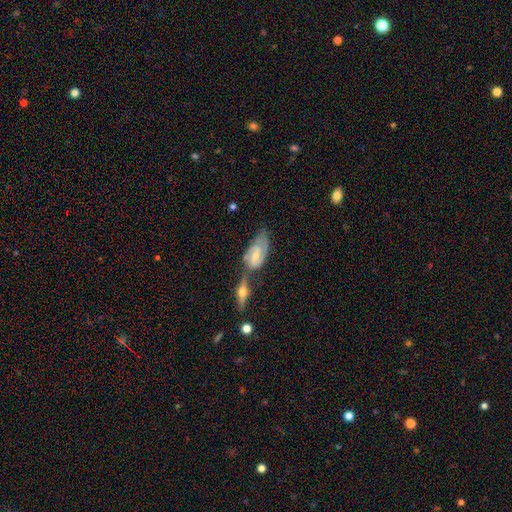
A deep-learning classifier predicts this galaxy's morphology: Smooth or featured? Predicted: featured or disk (p=0.73). Edge-on disk? Predicted: no (p=0.90). Bar? Predicted: no (p=0.51). Spiral arms? Predicted: yes (p=0.88). Spiral winding? Predicted: tight (p=0.44). Spiral arm count? Predicted: 2 (p=0.66). Bulge size? Predicted: small (p=0.52). Merging? Predicted: merger (p=0.40).